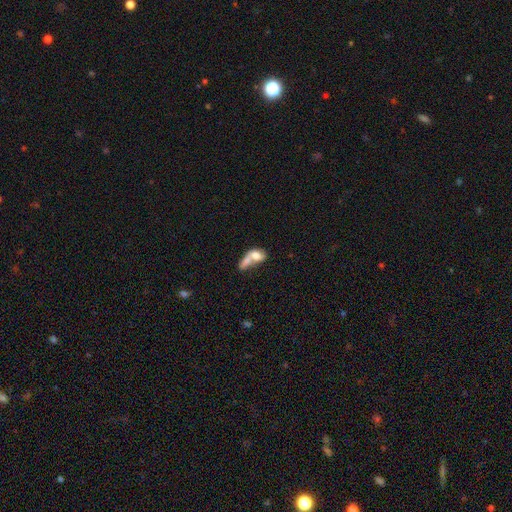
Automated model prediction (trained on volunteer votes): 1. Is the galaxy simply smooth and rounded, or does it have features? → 66% smooth, 26% featured or disk, 8% star or artifact.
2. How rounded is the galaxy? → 73% in between, 19% round, 8% cigar-shaped.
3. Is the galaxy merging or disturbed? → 69% merger, 13% none, 10% major disturbance, 8% minor disturbance.